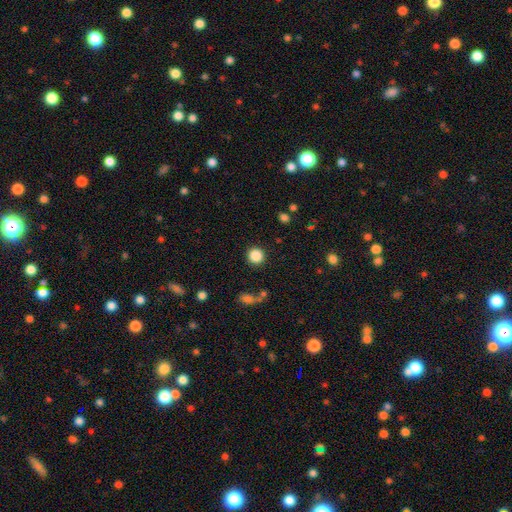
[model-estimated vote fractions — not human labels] Overall: smooth (86%). How rounded: round (93%). Merging: none (89%).